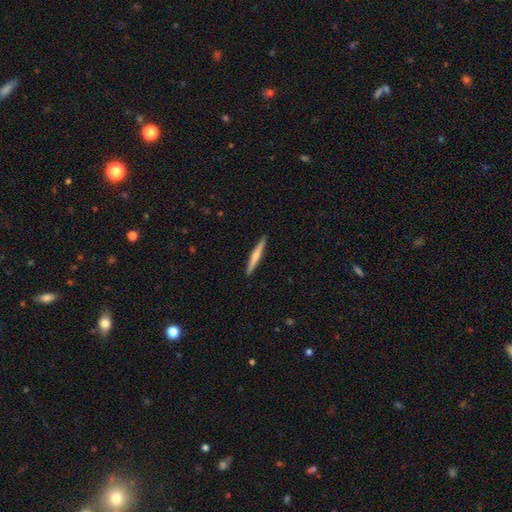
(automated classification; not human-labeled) A featured or disk galaxy (54%) viewed edge-on (97%) with a rounded central bulge (74%).

Vote fractions:
- Smooth or featured? featured or disk: 54% / smooth: 41% / star or artifact: 5%
- Edge-on disk? yes: 97% / no: 3%
- Edge-on bulge? rounded: 74% / none: 21% / boxy: 5%
- Merging? none: 92% / minor disturbance: 6% / major disturbance: 1% / merger: 1%